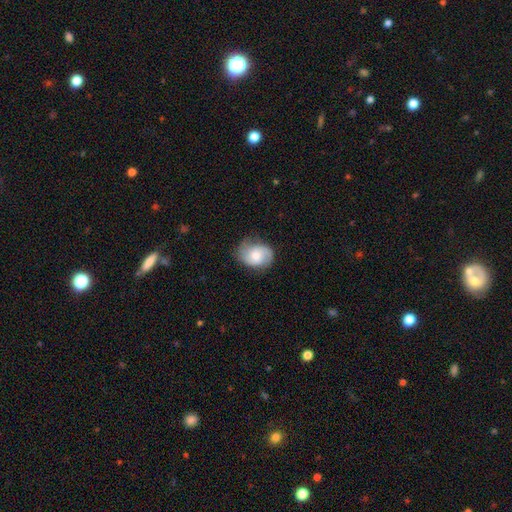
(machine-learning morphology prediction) smooth-or-featured: featured or disk: 53% | smooth: 40% | star or artifact: 7%
  disk-edge-on: no: 97% | yes: 3%
    bar: no: 68% | weak: 27% | strong: 4%
    has-spiral-arms: yes: 89% | no: 11%
    bulge-size: moderate: 50% | small: 38% | large: 7% | none: 3% | dominant: 2%
  merging: none: 69% | minor disturbance: 23% | major disturbance: 7% | merger: 1%